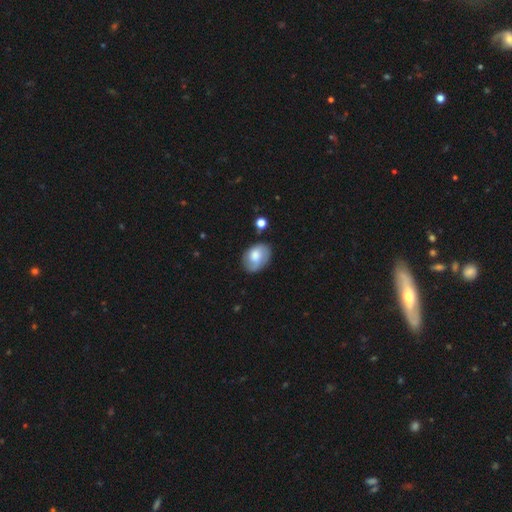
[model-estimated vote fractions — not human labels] Smooth or featured? smooth (60%)
How rounded? in between (74%)
Merging? none (65%)